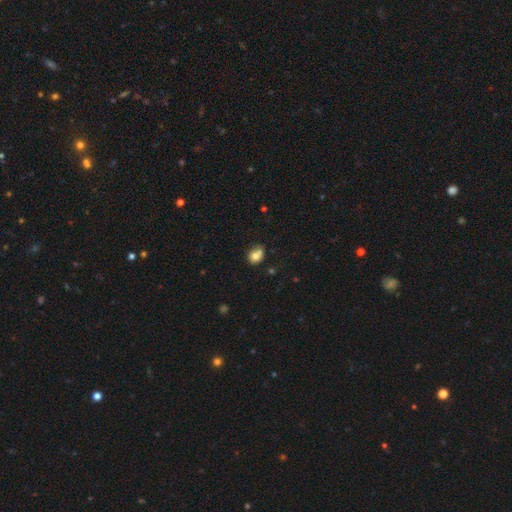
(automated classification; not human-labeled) Smooth or featured? Predicted: smooth (p=0.76). How rounded? Predicted: round (p=0.56). Merging? Predicted: none (p=0.52).